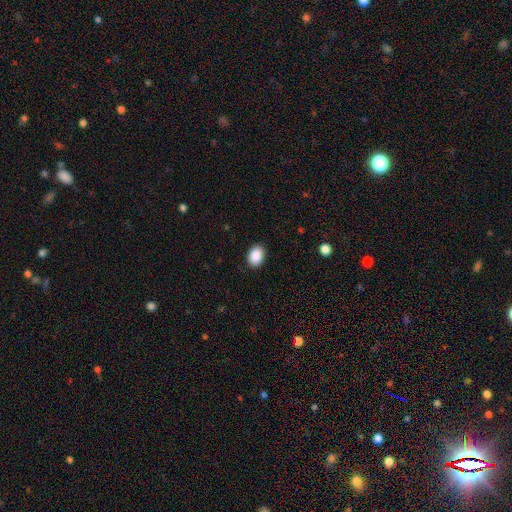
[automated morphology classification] Overall: smooth (90%). How rounded: in between (78%). Merging: none (89%).